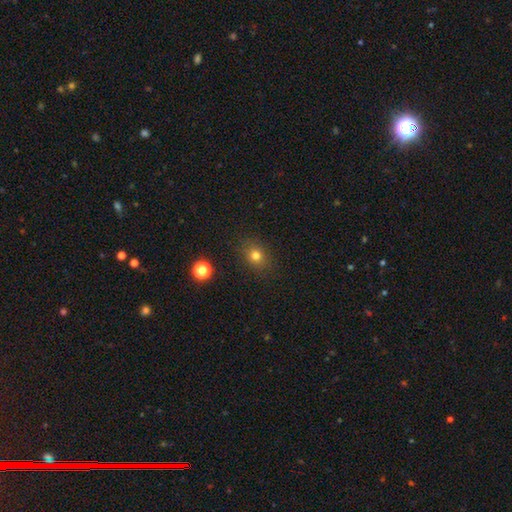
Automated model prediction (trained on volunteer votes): smooth_or_featured: smooth (p=0.77) [alt: star or artifact p=0.15]
how_rounded: round (p=0.65) [alt: in between p=0.34]
merging: none (p=0.87) [alt: minor disturbance p=0.09]